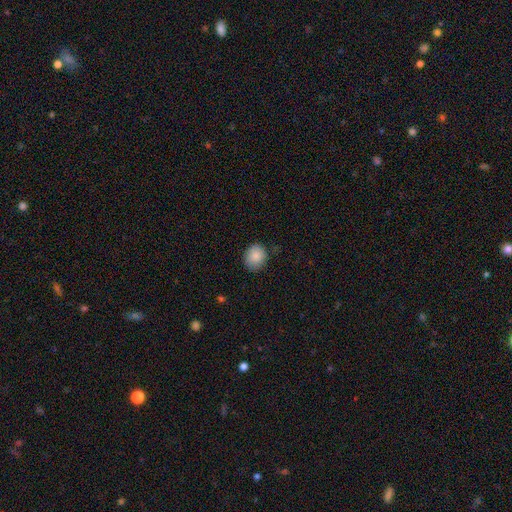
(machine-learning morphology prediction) Q: Smooth or featured?
A: smooth (86%); runner-up: star or artifact (8%)
Q: How rounded?
A: round (70%); runner-up: in between (29%)
Q: Merging?
A: none (79%); runner-up: minor disturbance (17%)